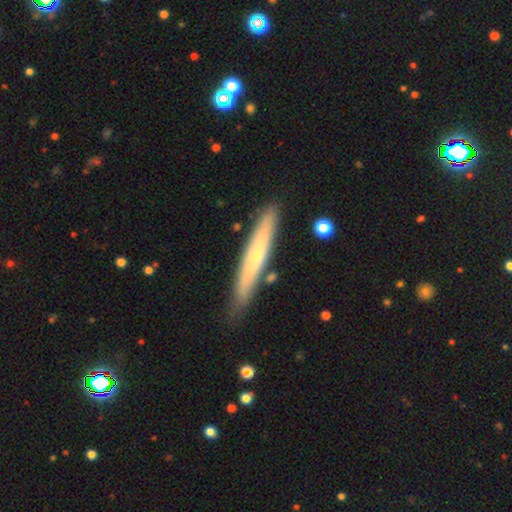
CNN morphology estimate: Smooth or featured?
  - smooth: 47% * (tied)
  - featured or disk: 47% * (tied)
  - star or artifact: 6%
Merging?
  - none: 82% *
  - minor disturbance: 13%
  - merger: 3%
  - major disturbance: 2%